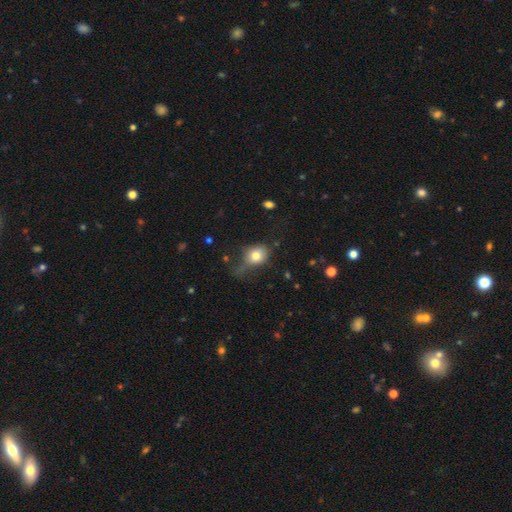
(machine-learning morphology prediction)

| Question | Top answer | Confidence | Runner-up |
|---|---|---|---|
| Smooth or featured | smooth | 77% | featured or disk (13%) |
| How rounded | round | 55% | in between (44%) |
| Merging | none | 40% | minor disturbance (30%) |